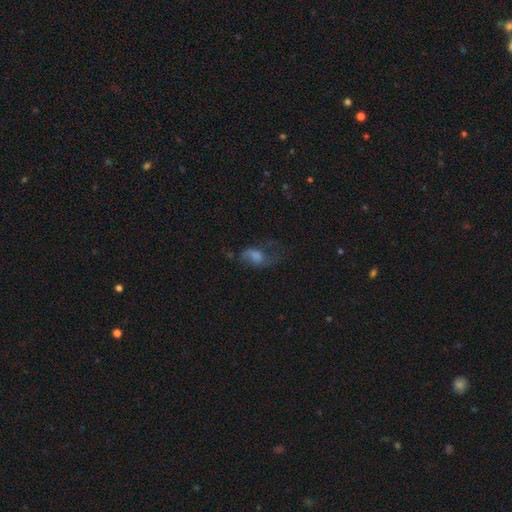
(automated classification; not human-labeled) smooth-or-featured: featured or disk: 43% | smooth: 39% | star or artifact: 18%
  merging: none: 44% | major disturbance: 32% | minor disturbance: 22% | merger: 3%